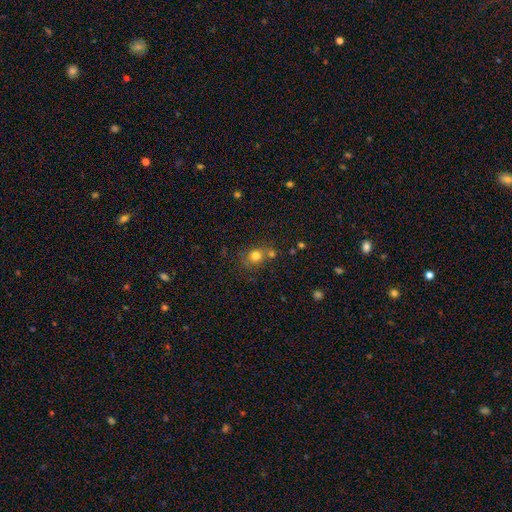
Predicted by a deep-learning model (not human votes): smooth-or-featured: smooth: 77% | star or artifact: 14% | featured or disk: 10%
  how-rounded: round: 79% | in between: 20% | cigar-shaped: 1%
  merging: none: 57% | merger: 24% | minor disturbance: 14% | major disturbance: 6%